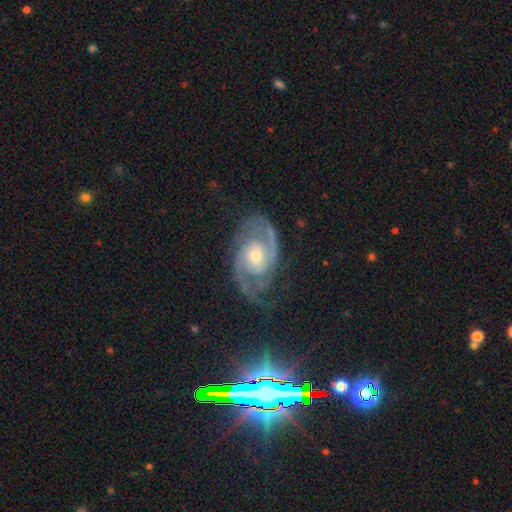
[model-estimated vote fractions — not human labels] Smooth or featured? featured or disk (89%)
Edge-on disk? no (97%)
Bar? no (59%)
Spiral arms? yes (97%)
Spiral winding? medium (48%)
Spiral arm count? 2 (85%)
Bulge size? moderate (61%)
Merging? none (71%)